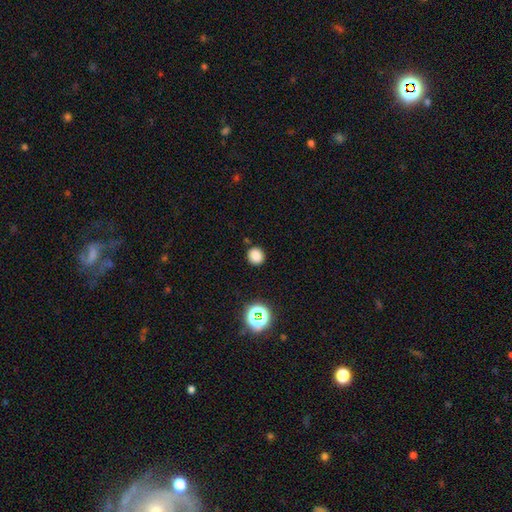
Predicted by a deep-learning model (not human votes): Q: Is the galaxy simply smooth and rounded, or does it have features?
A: smooth — 82%.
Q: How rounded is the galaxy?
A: round — 86%.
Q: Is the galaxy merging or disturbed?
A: none — 89%.